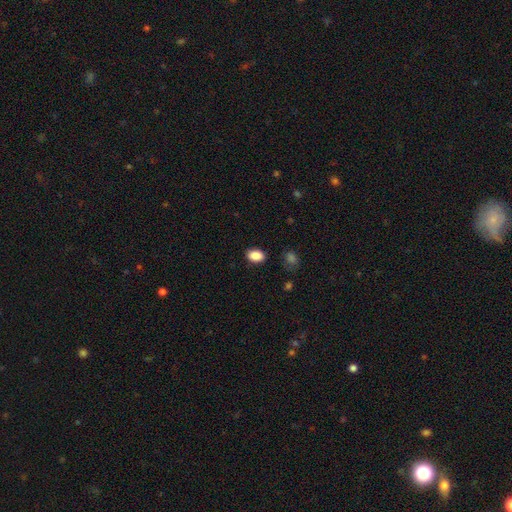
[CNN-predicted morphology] This is clearly a smooth galaxy (88%). How rounded: clearly in between (81%). Merging: clearly none (85%).